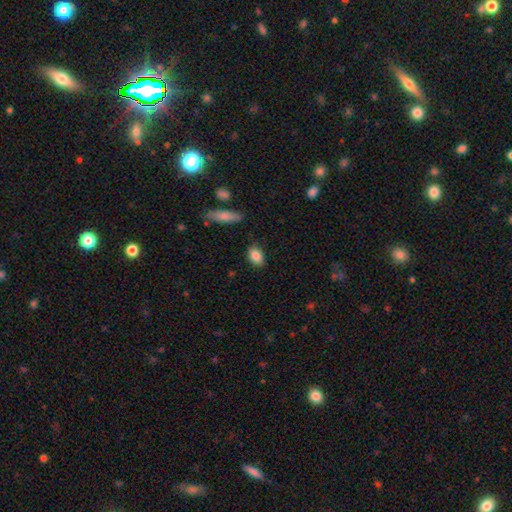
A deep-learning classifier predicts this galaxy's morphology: This appears to be a smooth galaxy with no disk features (86%) that is in between round and cigar-shaped (83%). Merging: none (84%).